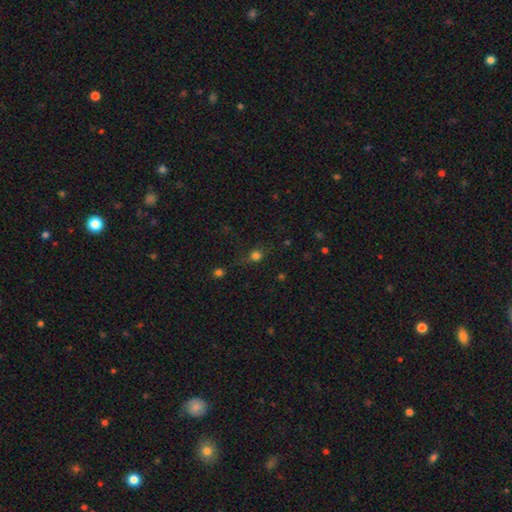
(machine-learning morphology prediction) The model was most divided on "merging": none: 68%, minor disturbance: 18%, major disturbance: 10%, merger: 5%. More confident: how rounded — round (80%); smooth or featured — smooth (72%).